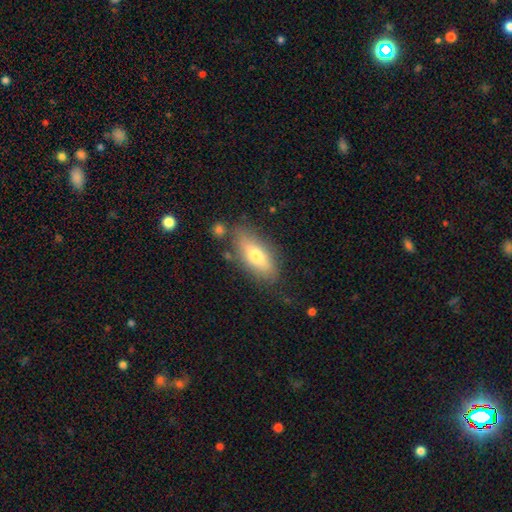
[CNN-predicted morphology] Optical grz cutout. It shows a smooth galaxy with no disk features (66%) that is in between round and cigar-shaped (71%). Merging: none (75%).